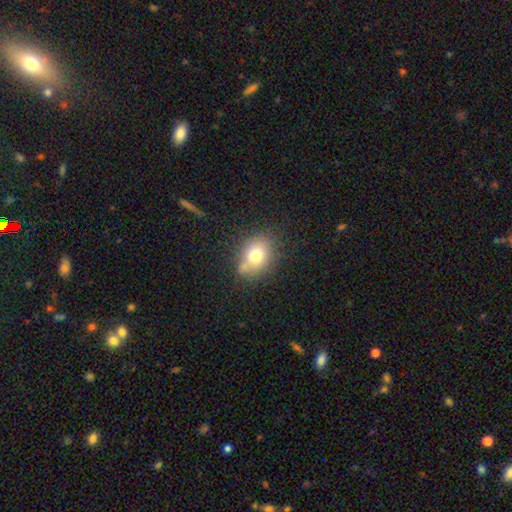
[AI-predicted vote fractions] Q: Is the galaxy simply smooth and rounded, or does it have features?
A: smooth — 73%.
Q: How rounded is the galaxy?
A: in between — 55%.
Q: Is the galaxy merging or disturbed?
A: none — 65%.